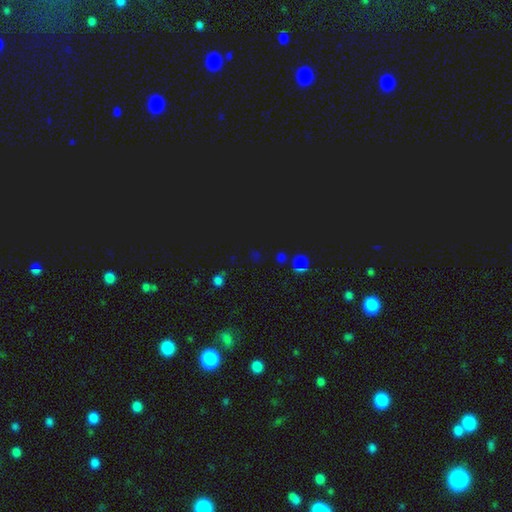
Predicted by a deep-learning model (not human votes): A star or artifact, not a galaxy (66%).

Vote fractions:
- Smooth or featured? star or artifact: 66% / smooth: 28% / featured or disk: 7%